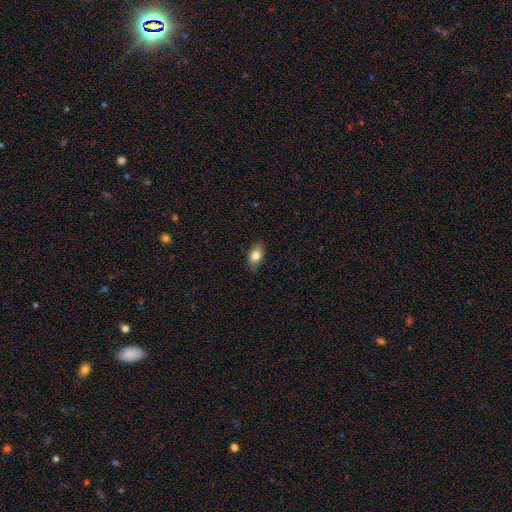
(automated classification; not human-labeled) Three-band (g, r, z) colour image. It shows a smooth galaxy with no disk features (81%) that is in between round and cigar-shaped (85%). Merging: none (83%).